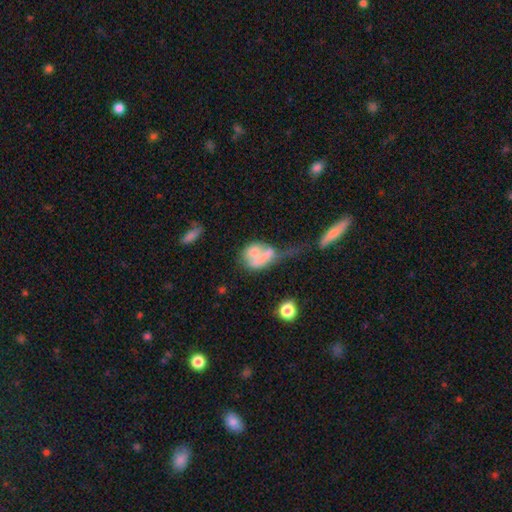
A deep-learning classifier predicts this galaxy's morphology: Overall: smooth (57%; featured or disk 33%). How rounded: in between (57%; round 39%). Merging: major disturbance (35%, tied with merger).